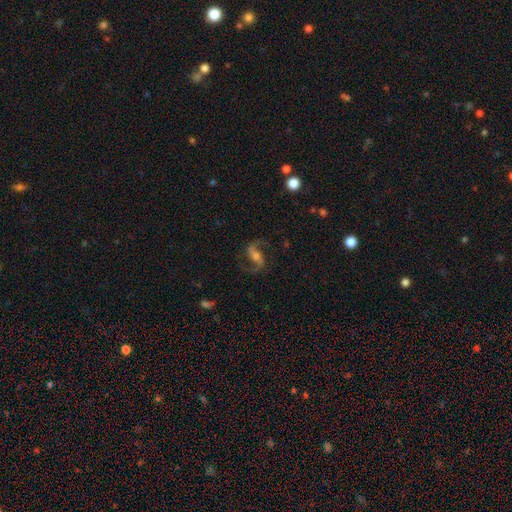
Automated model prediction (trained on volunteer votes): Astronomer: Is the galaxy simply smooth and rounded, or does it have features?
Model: featured or disk — 88%.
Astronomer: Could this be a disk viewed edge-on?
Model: no — 97%.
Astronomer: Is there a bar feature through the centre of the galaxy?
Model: weak — 41% (runner-up: no, 31%).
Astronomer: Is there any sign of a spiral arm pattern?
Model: yes — 97%.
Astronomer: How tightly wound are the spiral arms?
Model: loose — 50% (runner-up: medium, 42%).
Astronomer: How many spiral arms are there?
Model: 2 — 94%.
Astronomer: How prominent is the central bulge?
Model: moderate — 52% (runner-up: small, 33%).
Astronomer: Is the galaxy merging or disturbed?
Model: none — 79%.